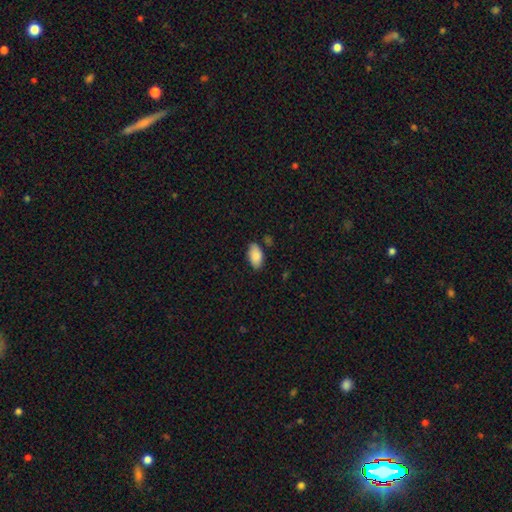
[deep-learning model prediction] Overall: smooth (88%). How rounded: in between (94%). Merging: none (79%).